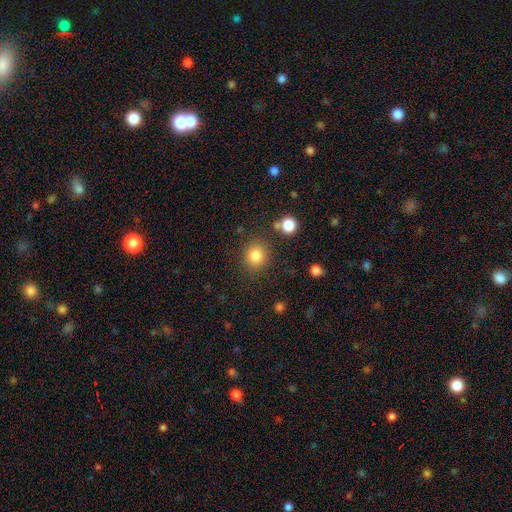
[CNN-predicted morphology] Smooth or featured?
  - smooth: 83% *
  - star or artifact: 11%
  - featured or disk: 5%
How rounded?
  - round: 84% *
  - in between: 15%
  - cigar-shaped: 1%
Merging?
  - none: 84% *
  - minor disturbance: 8%
  - merger: 4%
  - major disturbance: 3%